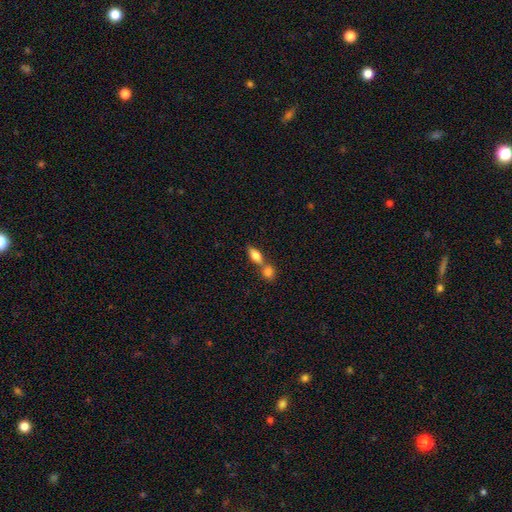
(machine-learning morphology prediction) smooth_or_featured: smooth (p=0.78) [alt: featured or disk p=0.14]
how_rounded: in between (p=0.76) [alt: cigar-shaped p=0.16]
merging: merger (p=0.51) [alt: none p=0.38]